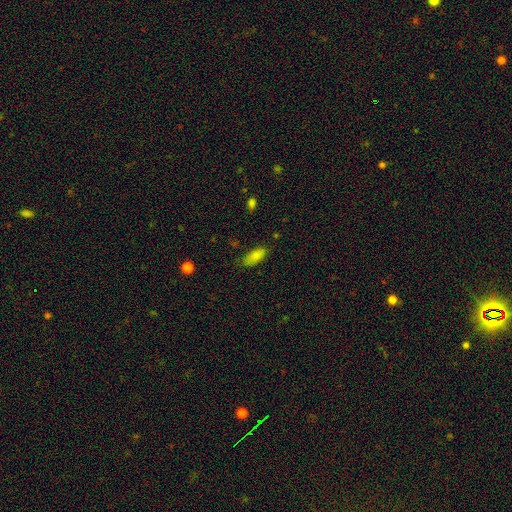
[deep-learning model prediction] Overall: smooth (85%). How rounded: in between (82%). Merging: none (77%).